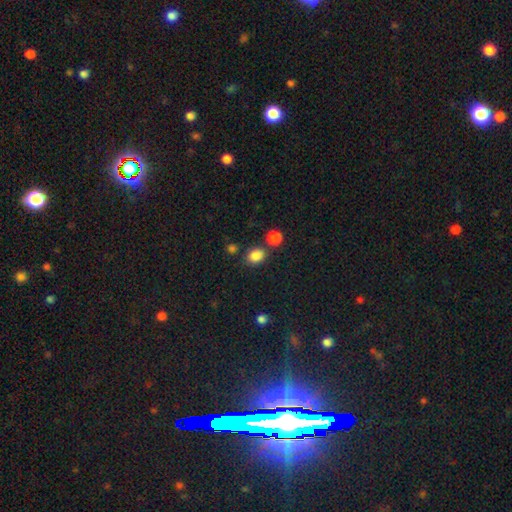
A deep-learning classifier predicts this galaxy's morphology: Overall: smooth (84%). How rounded: in between (53%; round 46%). Merging: none (75%).